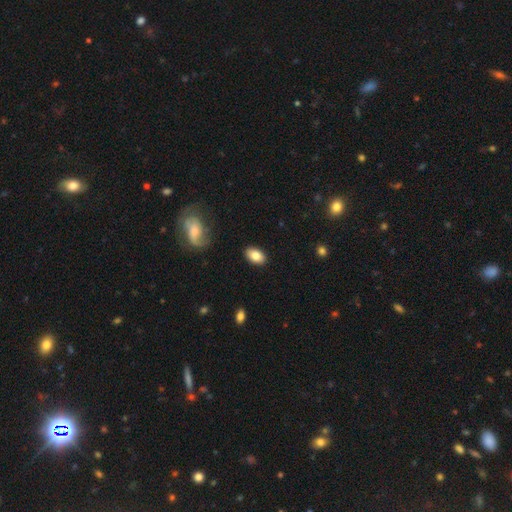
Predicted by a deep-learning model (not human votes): A smooth galaxy with no disk features (82%) that is in between round and cigar-shaped (91%).

Vote fractions:
- Smooth or featured? smooth: 82% / featured or disk: 11% / star or artifact: 7%
- How rounded? in between: 91% / round: 7% / cigar-shaped: 2%
- Merging? none: 87% / minor disturbance: 9% / major disturbance: 2% / merger: 1%